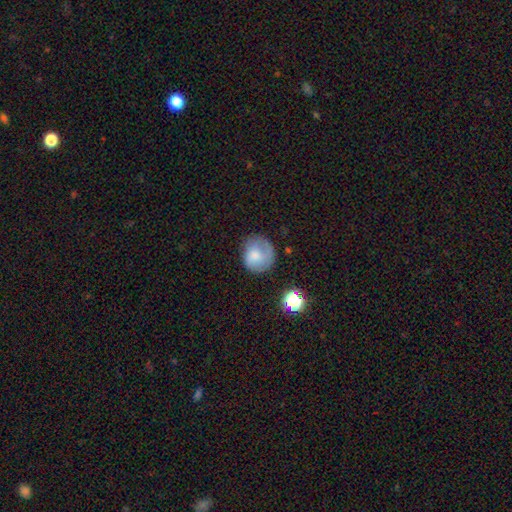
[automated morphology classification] This appears to be a smooth galaxy with no disk features (67%) that is round (78%). Merging: none (60%).